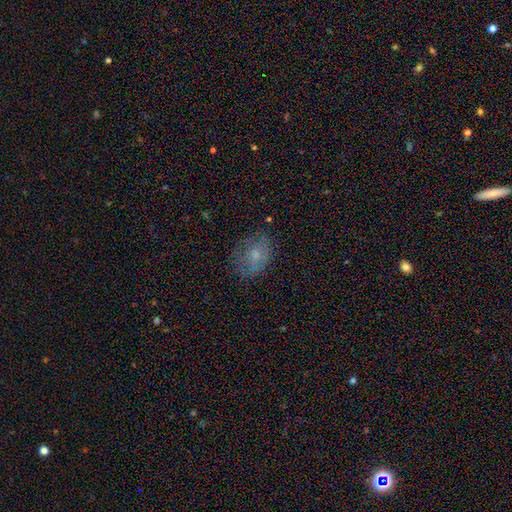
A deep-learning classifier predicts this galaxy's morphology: A smooth galaxy with no disk features (57%) that is in between round and cigar-shaped (61%). Merging: none (69%).